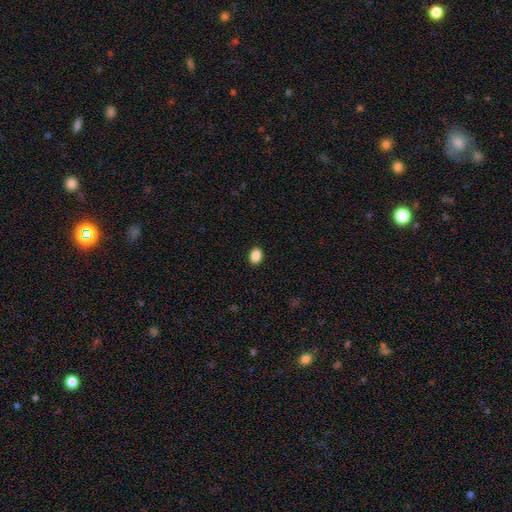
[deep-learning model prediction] This appears to be a smooth galaxy with no disk features (88%) that is in between round and cigar-shaped (69%). Merging: none (91%).